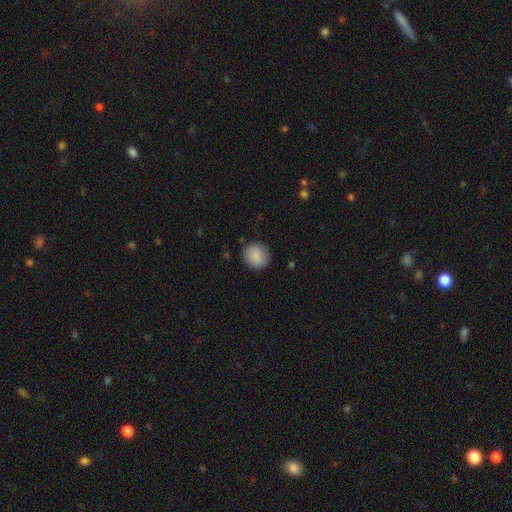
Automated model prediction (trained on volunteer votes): smooth 86%, star or artifact 7%, featured or disk 7%. Down the decision tree: how rounded — round (90%); merging — none (86%).